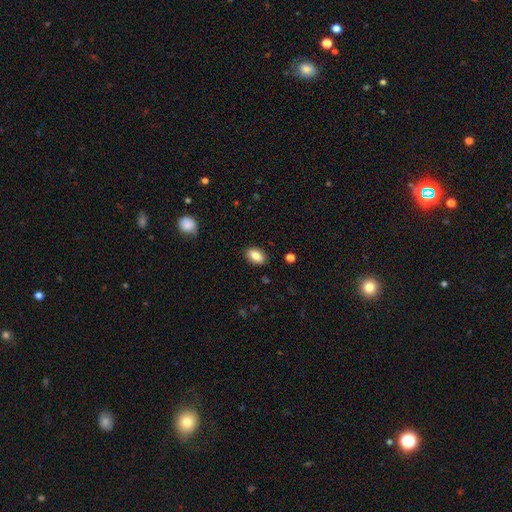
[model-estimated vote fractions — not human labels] A smooth galaxy with no disk features (85%) that is in between round and cigar-shaped (87%). Merging: none (88%).